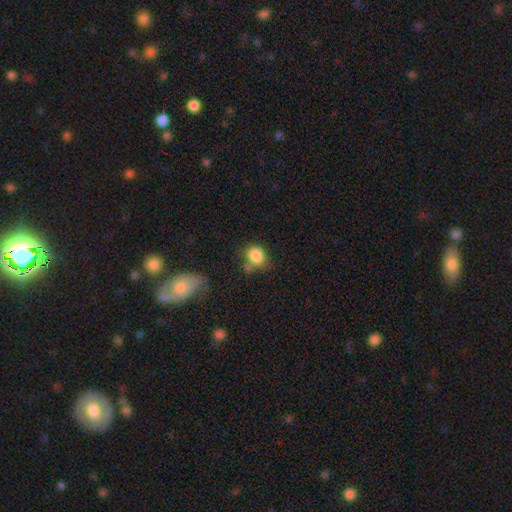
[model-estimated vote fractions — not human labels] Morphology: type=smooth (84%); roundness=in between (50%); merging=none (48%).